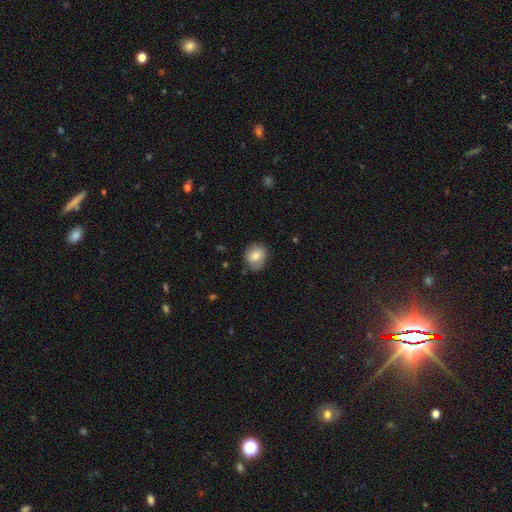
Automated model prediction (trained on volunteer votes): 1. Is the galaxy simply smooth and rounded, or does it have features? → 76% smooth, 16% featured or disk, 8% star or artifact.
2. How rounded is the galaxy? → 69% round, 30% in between, 1% cigar-shaped.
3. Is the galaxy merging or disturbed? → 72% none, 22% minor disturbance, 5% major disturbance, 1% merger.